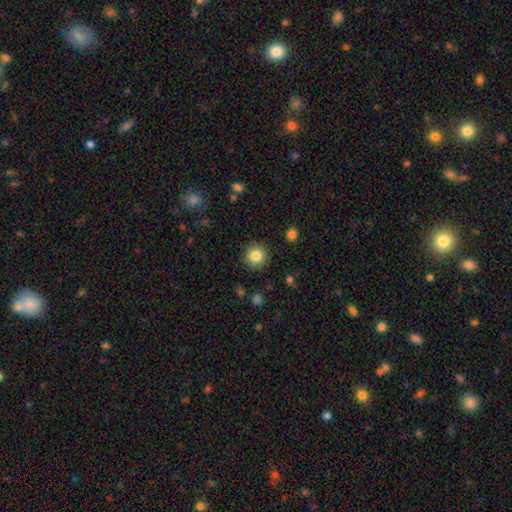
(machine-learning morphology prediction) Smooth or featured? Predicted: smooth (p=0.84). How rounded? Predicted: round (p=0.94). Merging? Predicted: none (p=0.90).